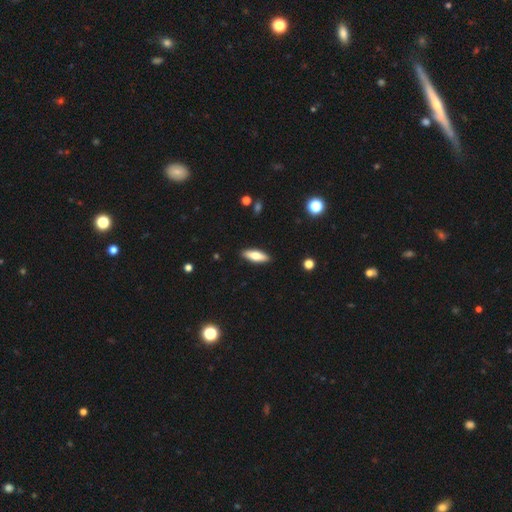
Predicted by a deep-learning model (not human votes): Smooth or featured? smooth (67%)
How rounded? in between (55%)
Merging? none (90%)